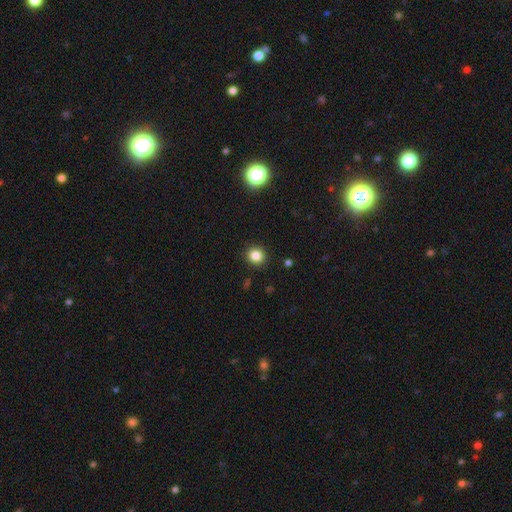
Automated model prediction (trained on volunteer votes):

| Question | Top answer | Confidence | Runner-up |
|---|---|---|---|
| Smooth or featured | smooth | 84% | star or artifact (12%) |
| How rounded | round | 88% | in between (12%) |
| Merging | none | 91% | minor disturbance (6%) |